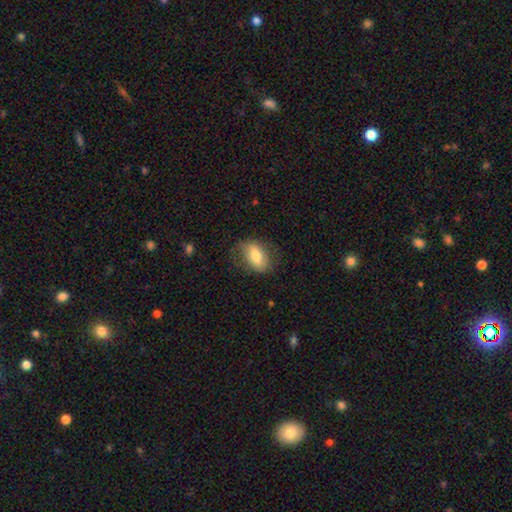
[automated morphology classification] smooth_or_featured: smooth (p=0.67) [alt: featured or disk p=0.26]
how_rounded: in between (p=0.86) [alt: round p=0.11]
merging: none (p=0.69) [alt: minor disturbance p=0.21]